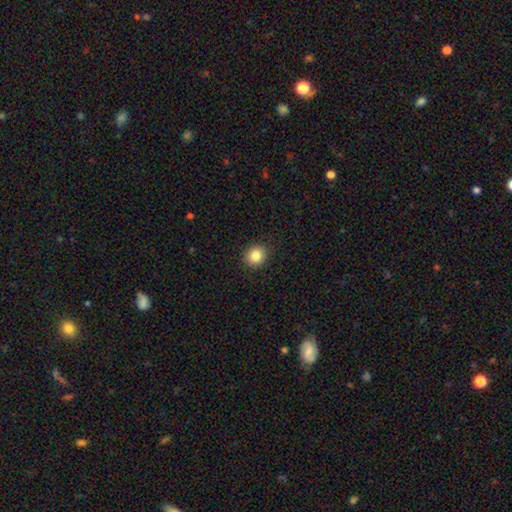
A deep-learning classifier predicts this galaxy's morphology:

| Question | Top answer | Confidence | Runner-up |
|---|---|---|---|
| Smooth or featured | smooth | 85% | star or artifact (10%) |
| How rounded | round | 85% | in between (14%) |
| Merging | none | 91% | minor disturbance (6%) |